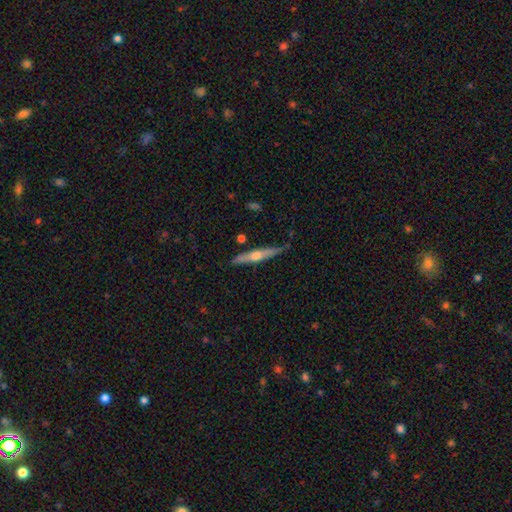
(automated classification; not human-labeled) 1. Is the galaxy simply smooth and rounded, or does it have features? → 56% featured or disk, 39% smooth, 6% star or artifact.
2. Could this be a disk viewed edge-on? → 93% yes, 7% no.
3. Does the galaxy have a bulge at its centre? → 87% rounded, 10% none, 4% boxy.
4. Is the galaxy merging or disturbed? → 77% none, 17% minor disturbance, 3% merger, 3% major disturbance.